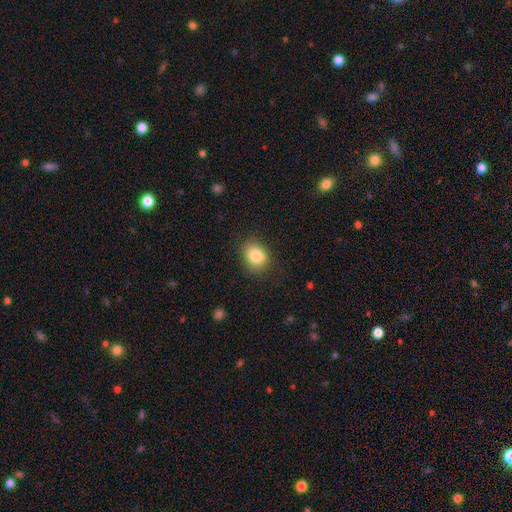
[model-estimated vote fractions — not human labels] smooth 83%, star or artifact 9%, featured or disk 8%. Down the decision tree: how rounded — in between (50%); merging — none (79%).